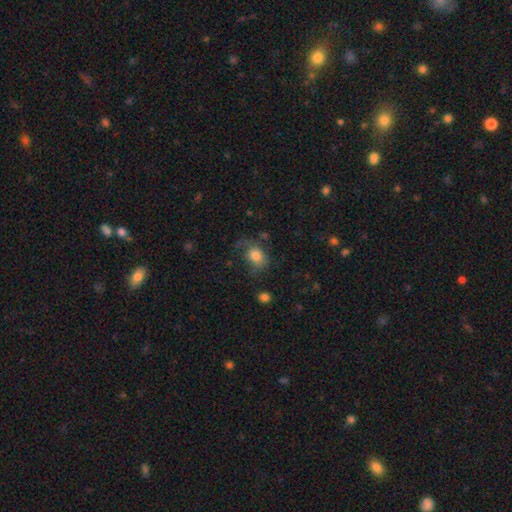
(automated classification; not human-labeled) A smooth galaxy with no disk features (73%) that is in between round and cigar-shaped (57%).

Vote fractions:
- Smooth or featured? smooth: 73% / featured or disk: 17% / star or artifact: 10%
- How rounded? in between: 57% / round: 41% / cigar-shaped: 1%
- Merging? none: 44% / major disturbance: 27% / minor disturbance: 26% / merger: 3%